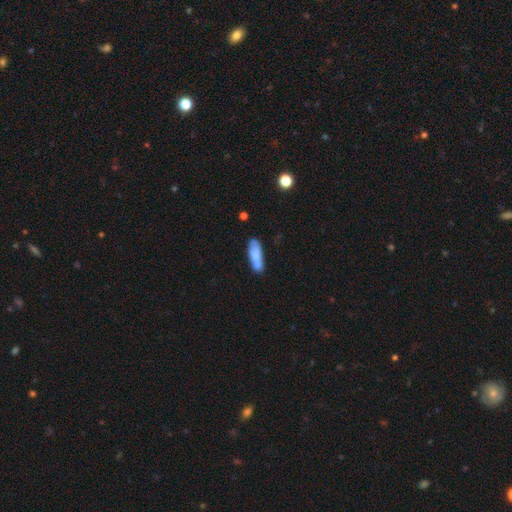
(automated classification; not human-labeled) This appears to be a smooth galaxy with no disk features (73%) that is in between round and cigar-shaped (52%). Merging: none (50%).